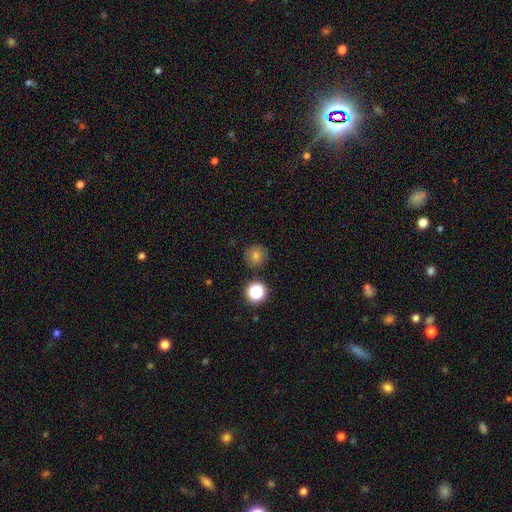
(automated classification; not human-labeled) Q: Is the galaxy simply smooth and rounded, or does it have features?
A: smooth — 74%.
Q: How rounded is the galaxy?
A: round — 94%.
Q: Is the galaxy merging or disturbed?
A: none — 86%.